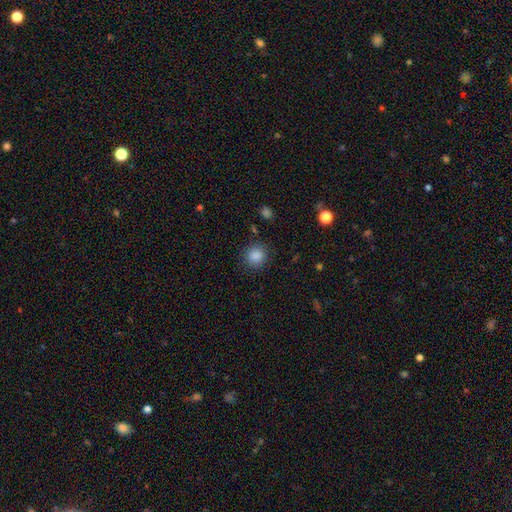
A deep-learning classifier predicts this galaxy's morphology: Smooth or featured? smooth (87%)
How rounded? round (89%)
Merging? none (88%)